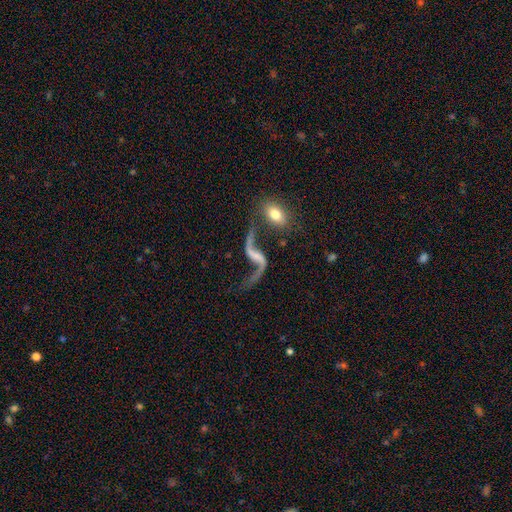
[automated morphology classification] This is clearly a featured or disk galaxy (88%). It is clearly not viewed edge-on (95%). Bar: marginally no (39%). Spiral arm pattern: clearly yes (94%). Spiral arm count: clearly 2 (92%). Spiral winding: clearly loose (95%). Central bulge: possibly none (50%). Merging: possibly none (53%).